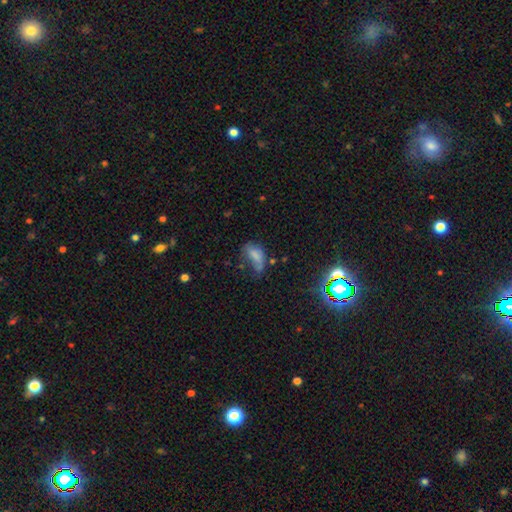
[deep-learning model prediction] The model was most divided on "merging": major disturbance: 33%, minor disturbance: 31%, none: 28%, merger: 8%. More confident: how rounded — in between (89%); smooth or featured — smooth (66%).